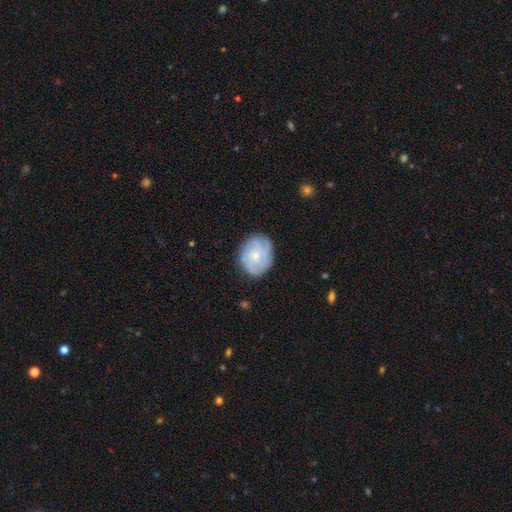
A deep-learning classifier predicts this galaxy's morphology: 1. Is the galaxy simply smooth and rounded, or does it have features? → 58% featured or disk, 35% smooth, 7% star or artifact.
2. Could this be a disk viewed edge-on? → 97% no, 3% yes.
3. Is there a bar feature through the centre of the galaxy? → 79% no, 19% weak, 2% strong.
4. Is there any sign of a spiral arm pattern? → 81% yes, 19% no.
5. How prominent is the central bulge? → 53% small, 39% moderate, 4% none, 2% large, 1% dominant.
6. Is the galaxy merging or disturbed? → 75% none, 18% minor disturbance, 5% major disturbance, 1% merger.